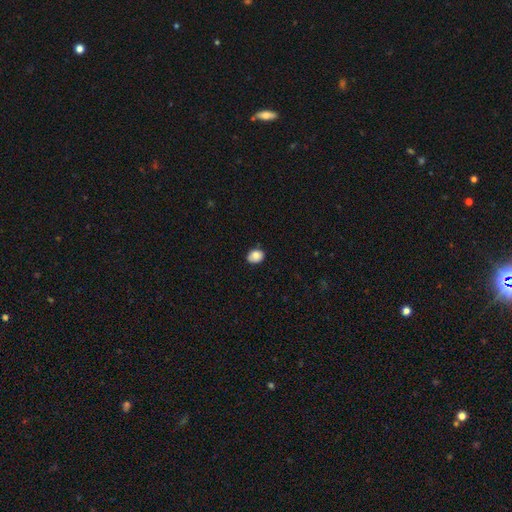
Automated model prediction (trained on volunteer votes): Smooth or featured?
  - smooth: 83% *
  - star or artifact: 9%
  - featured or disk: 9%
How rounded?
  - in between: 53% *
  - round: 46%
  - cigar-shaped: 1%
Merging?
  - none: 80% *
  - minor disturbance: 16%
  - major disturbance: 3%
  - merger: 1%